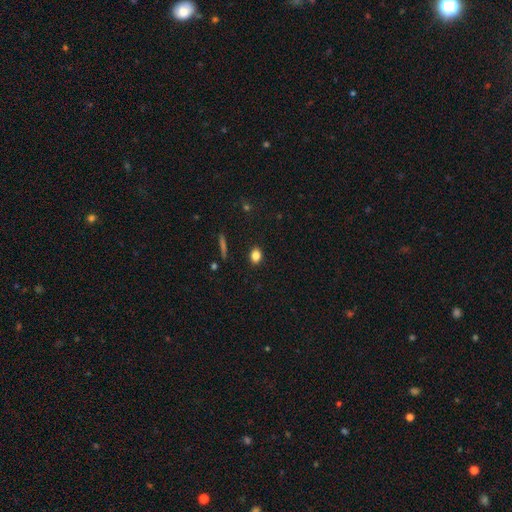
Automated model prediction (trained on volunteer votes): Smooth or featured: smooth — 83% (star or artifact — 11%)
How rounded: in between — 63% (round — 35%)
Merging: none — 89% (minor disturbance — 8%)